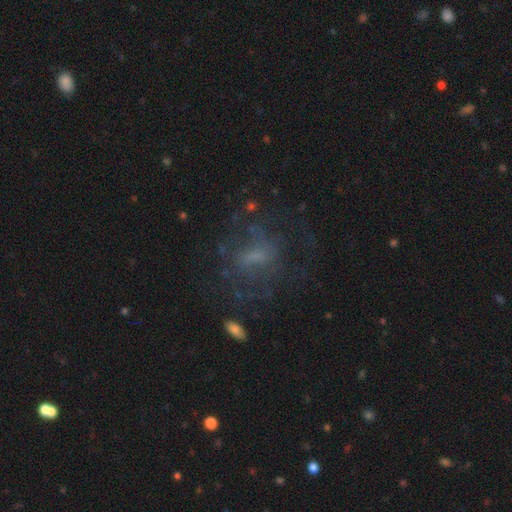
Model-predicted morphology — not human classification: The model was most divided on "smooth or featured": featured or disk: 51%, smooth: 29%, star or artifact: 20%. More confident: edge-on disk — no (95%); merging — none (56%).